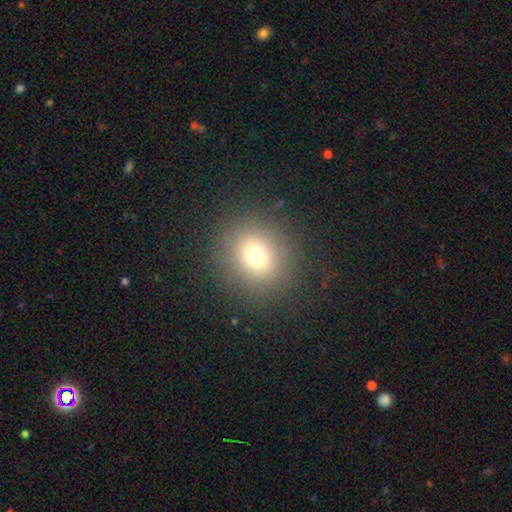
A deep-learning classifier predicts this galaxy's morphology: type=smooth (71%); roundness=round (86%); merging=none (87%).